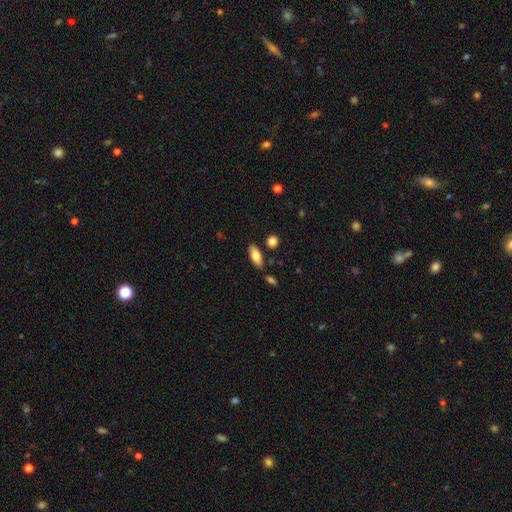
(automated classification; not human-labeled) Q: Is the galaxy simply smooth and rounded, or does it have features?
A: smooth — 79%.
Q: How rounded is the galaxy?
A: in between — 82%.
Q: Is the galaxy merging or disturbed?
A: none — 82%.